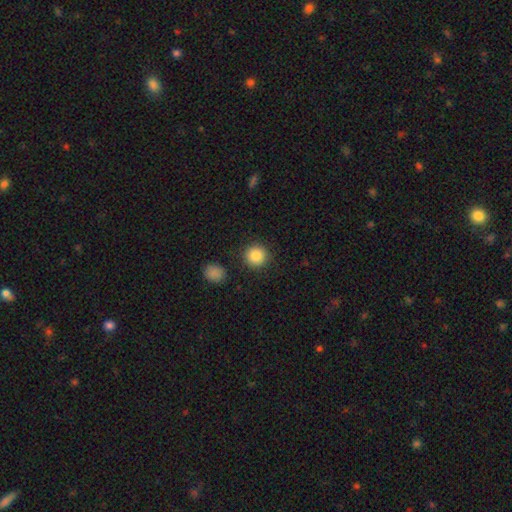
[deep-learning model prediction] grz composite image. It shows a smooth galaxy with no disk features (87%) that is round (93%). Merging: none (89%).